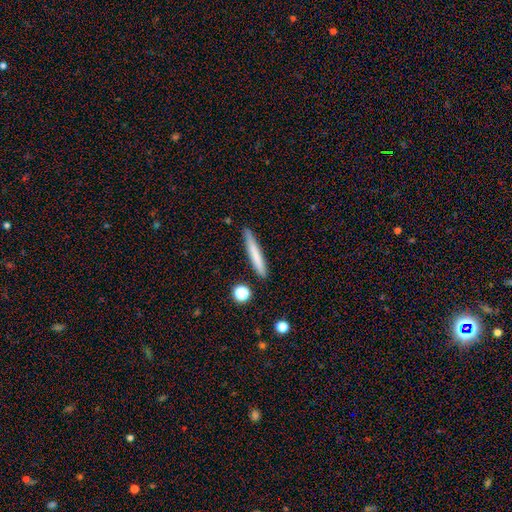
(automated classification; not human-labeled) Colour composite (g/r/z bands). It shows a smooth galaxy with no disk features (71%) that is cigar-shaped (95%). Merging: none (85%).